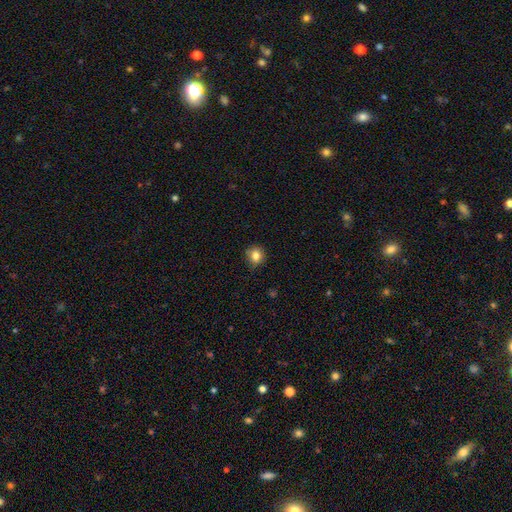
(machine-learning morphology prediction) A smooth galaxy with no disk features (83%) that is round (83%).

Vote fractions:
- Smooth or featured? smooth: 83% / star or artifact: 11% / featured or disk: 6%
- How rounded? round: 83% / in between: 16% / cigar-shaped: 1%
- Merging? none: 78% / minor disturbance: 17% / major disturbance: 3% / merger: 1%